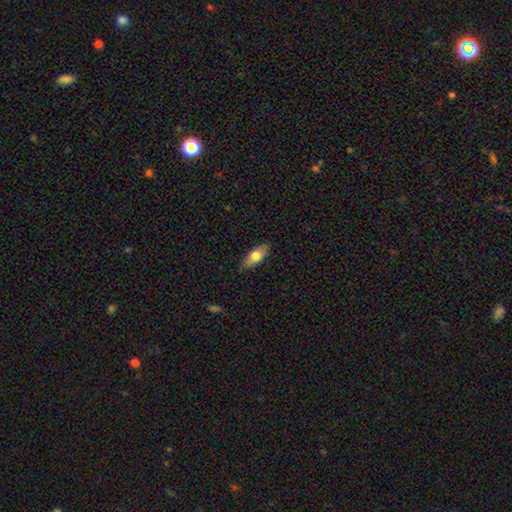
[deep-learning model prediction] This is likely a smooth galaxy (67%). How rounded: likely in between (74%). Merging: clearly none (84%).